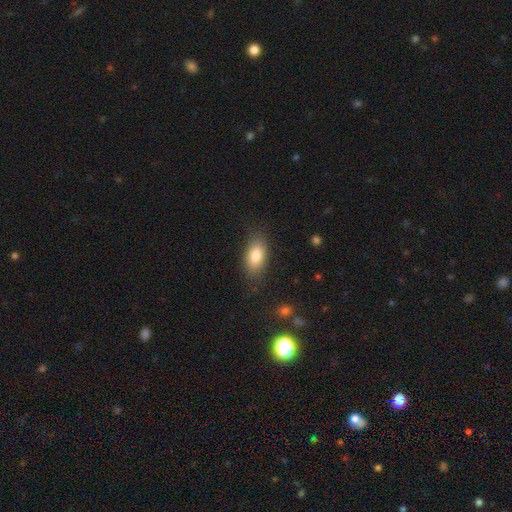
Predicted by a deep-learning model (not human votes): This is clearly a smooth galaxy (82%). How rounded: clearly in between (88%). Merging: clearly none (82%).